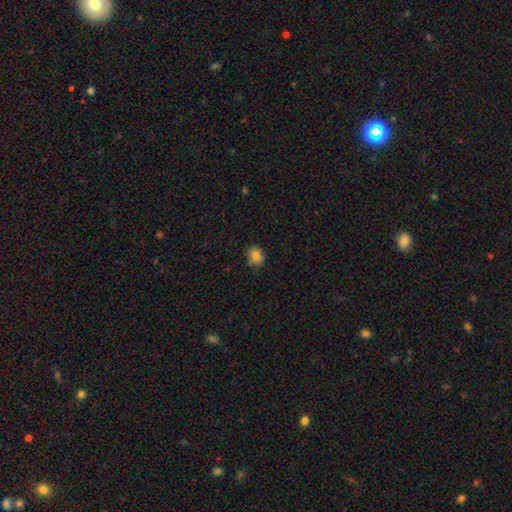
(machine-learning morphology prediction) Overall: smooth (84%). How rounded: round (63%; in between 36%). Merging: none (81%).